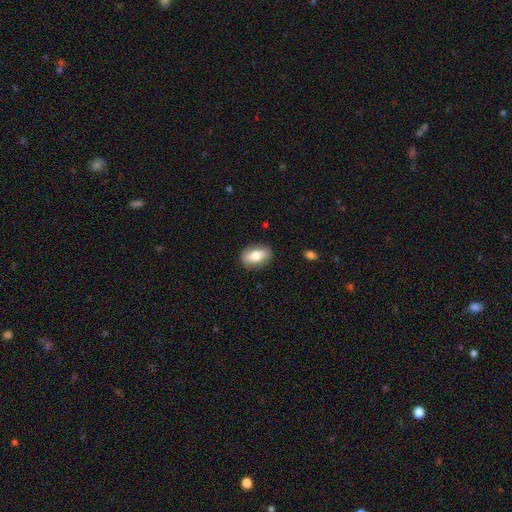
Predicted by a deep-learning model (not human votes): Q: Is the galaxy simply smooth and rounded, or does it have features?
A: smooth — 71%.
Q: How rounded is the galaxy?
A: in between — 85%.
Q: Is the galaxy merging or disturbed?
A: none — 85%.